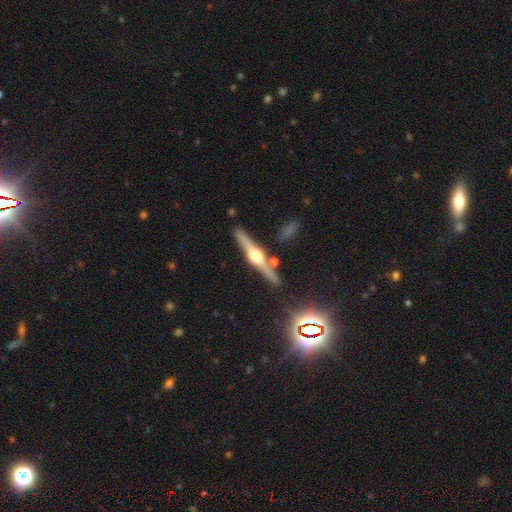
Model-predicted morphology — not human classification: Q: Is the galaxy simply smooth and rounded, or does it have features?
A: featured or disk — 79%.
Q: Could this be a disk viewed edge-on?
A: yes — 98%.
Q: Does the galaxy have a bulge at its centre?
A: rounded — 94%.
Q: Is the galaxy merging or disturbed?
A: none — 83%.